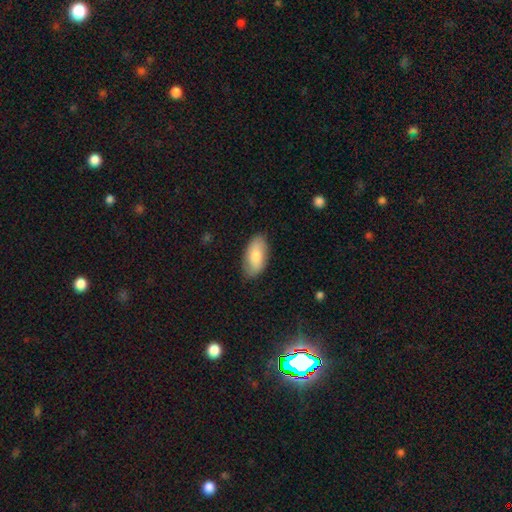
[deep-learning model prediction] The model was most divided on "smooth or featured": smooth: 78%, featured or disk: 17%, star or artifact: 6%. More confident: how rounded — in between (93%); merging — none (84%).